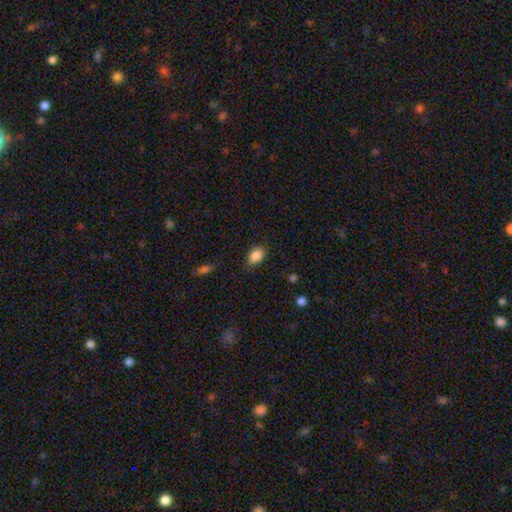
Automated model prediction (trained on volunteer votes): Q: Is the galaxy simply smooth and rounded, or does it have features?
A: smooth — 87%.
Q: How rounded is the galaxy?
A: in between — 84%.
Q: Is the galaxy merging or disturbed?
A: none — 83%.